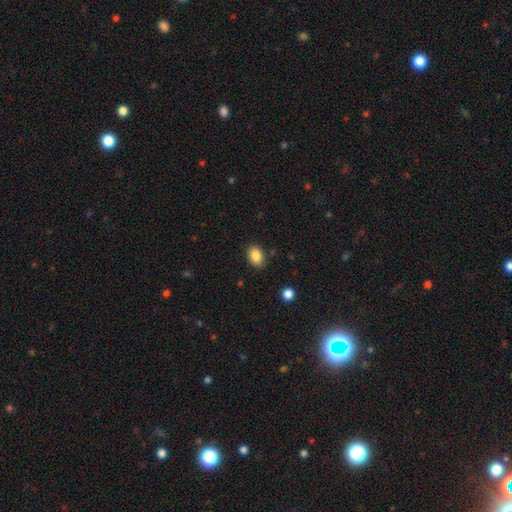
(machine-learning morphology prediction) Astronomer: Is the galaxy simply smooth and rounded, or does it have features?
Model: smooth — 87%.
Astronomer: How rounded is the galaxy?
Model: in between — 83%.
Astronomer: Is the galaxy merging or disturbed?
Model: none — 86%.